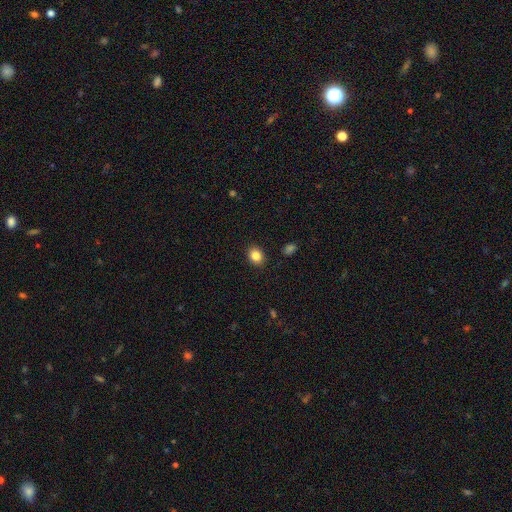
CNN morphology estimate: smooth_or_featured: smooth (p=0.85) [alt: star or artifact p=0.10]
how_rounded: in between (p=0.52) [alt: round p=0.48]
merging: none (p=0.90) [alt: minor disturbance p=0.07]